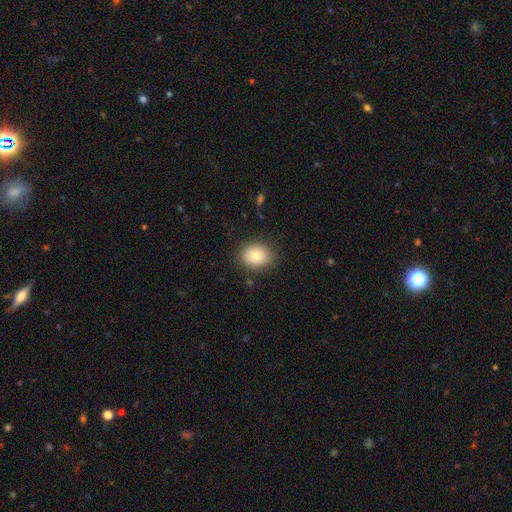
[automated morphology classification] Smooth or featured? Predicted: smooth (p=0.79). How rounded? Predicted: round (p=0.52). Merging? Predicted: none (p=0.85).